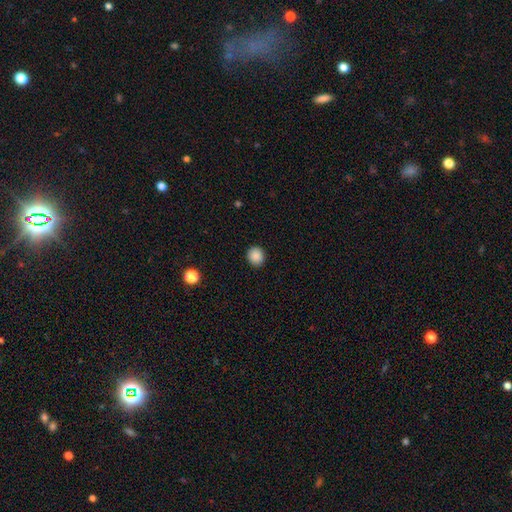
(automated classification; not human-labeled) This is clearly a smooth galaxy (88%). How rounded: clearly round (83%). Merging: clearly none (91%).